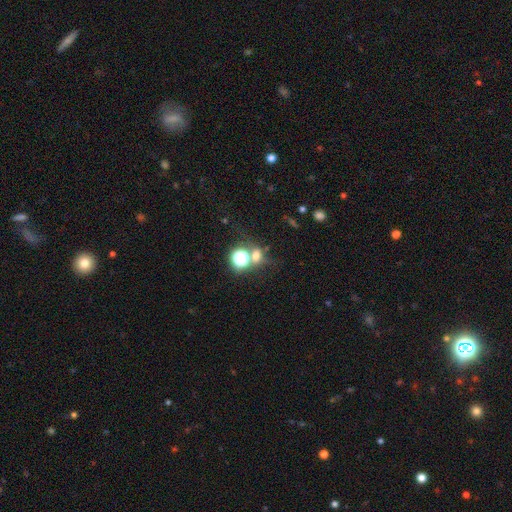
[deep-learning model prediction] Smooth or featured?
  - smooth: 51% *
  - star or artifact: 37%
  - featured or disk: 11%
How rounded?
  - round: 72% *
  - in between: 25%
  - cigar-shaped: 2%
Merging?
  - none: 55% *
  - merger: 28%
  - minor disturbance: 10%
  - major disturbance: 7%